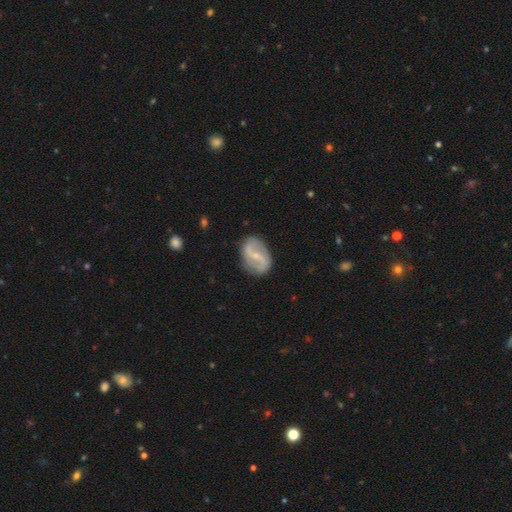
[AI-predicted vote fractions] smooth-or-featured: featured or disk: 78% | smooth: 16% | star or artifact: 6%
  disk-edge-on: no: 97% | yes: 3%
    bar: weak: 43% | strong: 40% | no: 17%
    has-spiral-arms: yes: 87% | no: 13%
      spiral-winding: loose: 57% | medium: 31% | tight: 12%
      spiral-arm-count: 2: 90% | can't tell: 5% | 1: 2% | 3: 1% | 4: 1% | more than 4: 1%
    bulge-size: small: 69% | moderate: 22% | none: 7% | large: 1% | dominant: 1%
  merging: none: 81% | minor disturbance: 13% | major disturbance: 4% | merger: 1%